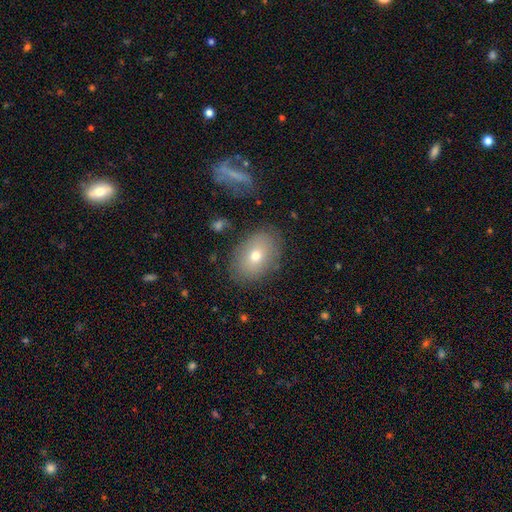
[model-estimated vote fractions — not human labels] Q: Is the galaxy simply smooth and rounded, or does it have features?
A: smooth — 66%.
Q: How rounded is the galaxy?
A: in between — 79%.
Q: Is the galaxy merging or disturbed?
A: none — 81%.